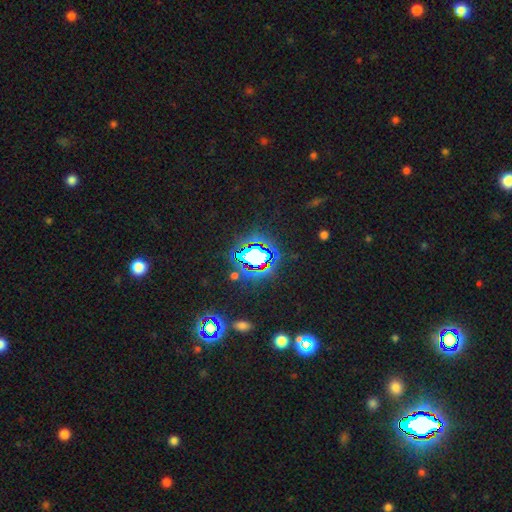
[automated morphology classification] Q: Smooth or featured?
A: star or artifact (69%); runner-up: smooth (17%)